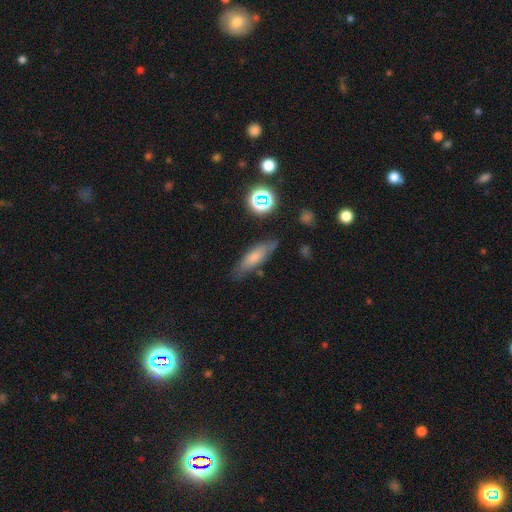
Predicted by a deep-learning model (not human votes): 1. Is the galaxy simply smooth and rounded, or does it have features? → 65% smooth, 24% featured or disk, 11% star or artifact.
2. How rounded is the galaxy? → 55% cigar-shaped, 41% in between, 4% round.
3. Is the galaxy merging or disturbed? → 74% none, 18% minor disturbance, 5% major disturbance, 3% merger.